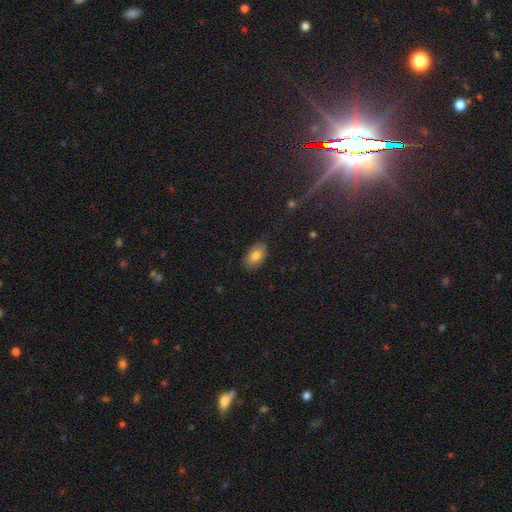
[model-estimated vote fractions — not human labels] Overall: smooth (79%). How rounded: in between (92%). Merging: none (84%).